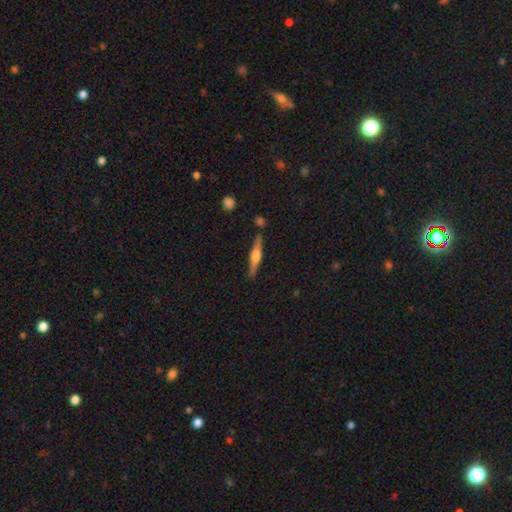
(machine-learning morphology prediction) Overall: featured or disk (71%). Edge-on disk: yes (98%). Edge-on bulge: rounded (91%). Merging: none (86%).